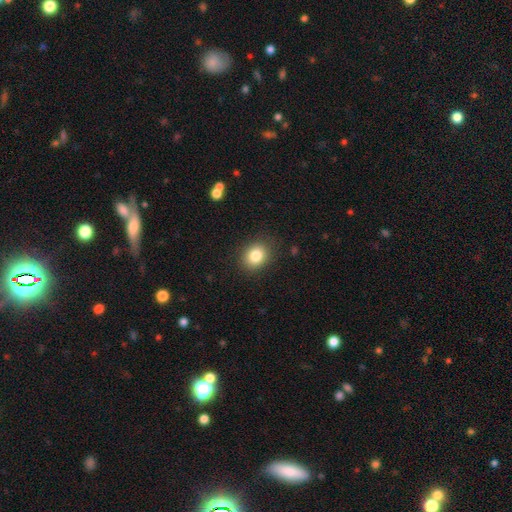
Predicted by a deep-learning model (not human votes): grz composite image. It shows a smooth galaxy with no disk features (83%) that is round (57%). Merging: none (87%).